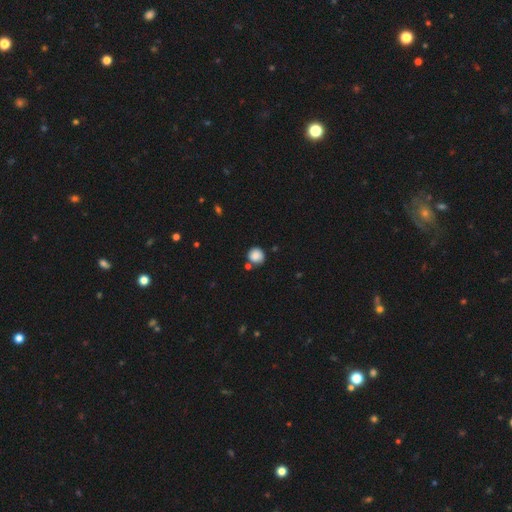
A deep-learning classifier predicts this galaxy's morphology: Smooth or featured: smooth — 86% (star or artifact — 9%)
How rounded: round — 90% (in between — 9%)
Merging: none — 73% (minor disturbance — 13%)